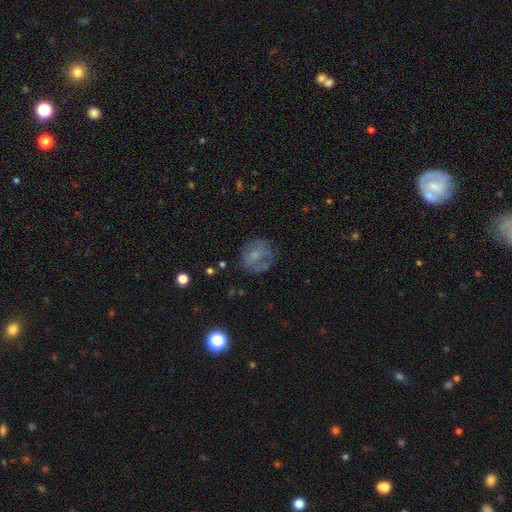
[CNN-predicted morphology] This is possibly a smooth galaxy (55%). How rounded: likely round (75%). Merging: likely none (63%).